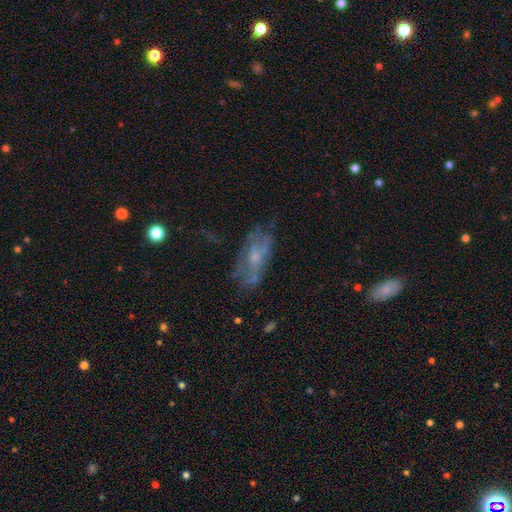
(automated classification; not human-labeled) featured or disk 57%, smooth 33%, star or artifact 10%. Down the decision tree: edge-on disk — no (88%); bar — no (75%); spiral arms — no (59%); bulge size — small (43%); merging — none (56%).